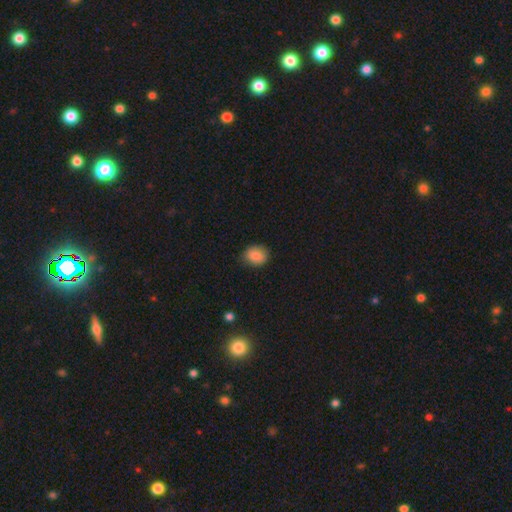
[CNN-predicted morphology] A smooth galaxy with no disk features (85%) that is round (59%).

Vote fractions:
- Smooth or featured? smooth: 85% / star or artifact: 9% / featured or disk: 6%
- How rounded? round: 59% / in between: 40% / cigar-shaped: 1%
- Merging? none: 79% / minor disturbance: 17% / major disturbance: 3% / merger: 1%